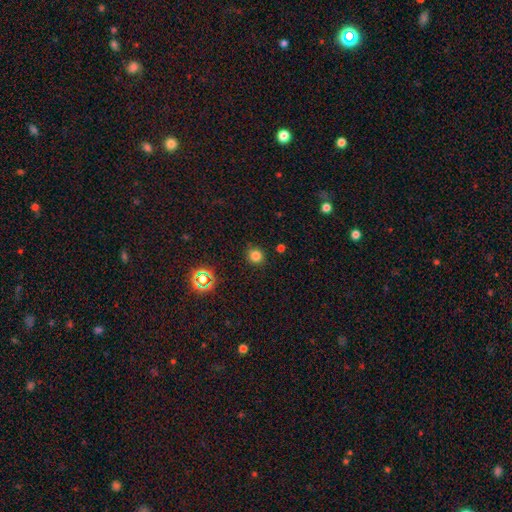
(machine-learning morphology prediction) Smooth or featured?
  - smooth: 78% *
  - star or artifact: 17%
  - featured or disk: 5%
How rounded?
  - round: 88% *
  - in between: 11%
  - cigar-shaped: 1%
Merging?
  - none: 86% *
  - minor disturbance: 9%
  - major disturbance: 3%
  - merger: 2%